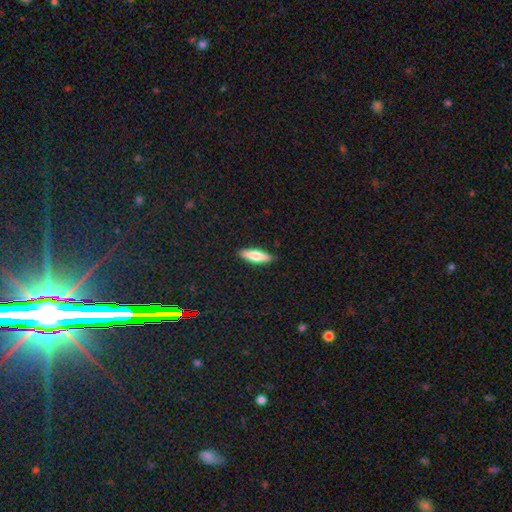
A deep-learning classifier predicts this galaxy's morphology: This appears to be a smooth galaxy with no disk features (69%) that is cigar-shaped (61%). Merging: none (89%).